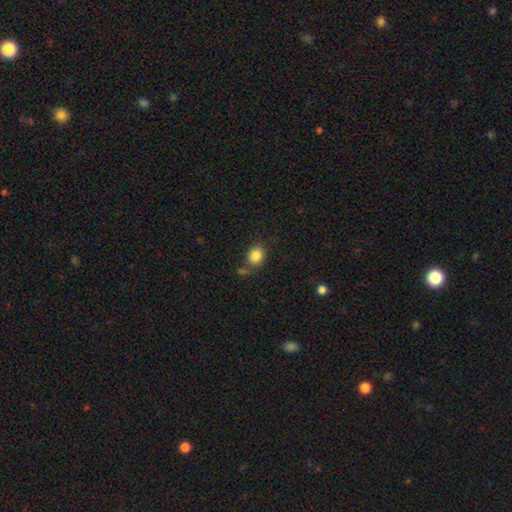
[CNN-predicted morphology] The model was most divided on "how rounded": round: 68%, in between: 31%, cigar-shaped: 1%. More confident: smooth or featured — smooth (85%); merging — none (72%).